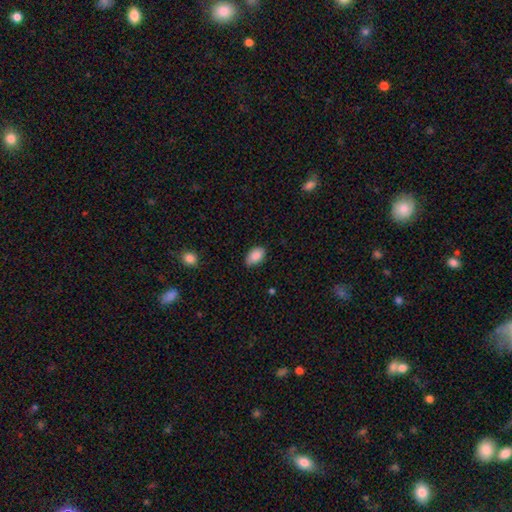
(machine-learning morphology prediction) smooth_or_featured: smooth (p=0.88) [alt: star or artifact p=0.07]
how_rounded: in between (p=0.90) [alt: round p=0.08]
merging: none (p=0.73) [alt: minor disturbance p=0.23]